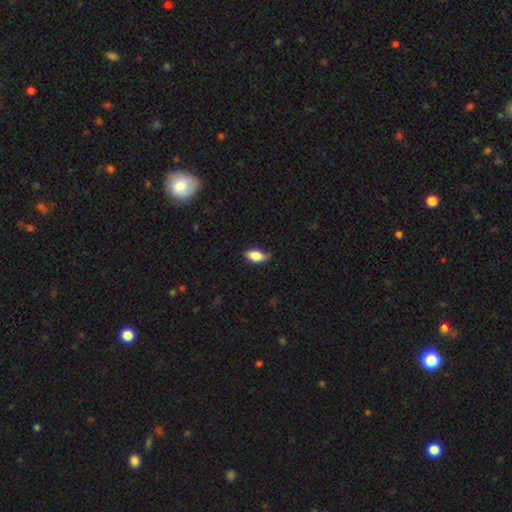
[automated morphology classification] This is likely a smooth galaxy (79%). How rounded: clearly in between (88%). Merging: likely none (66%).